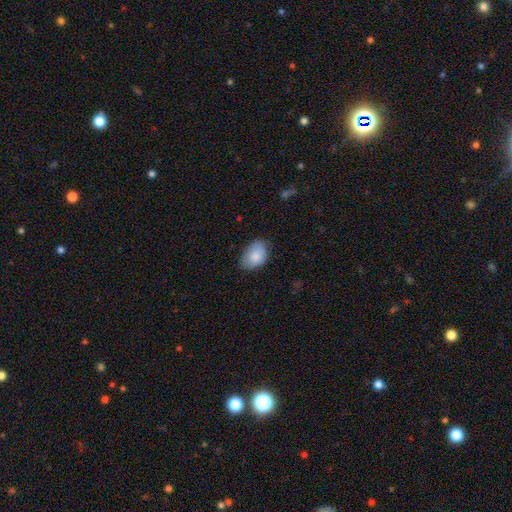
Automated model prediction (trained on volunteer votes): Smooth or featured? smooth (85%)
How rounded? in between (86%)
Merging? none (73%)